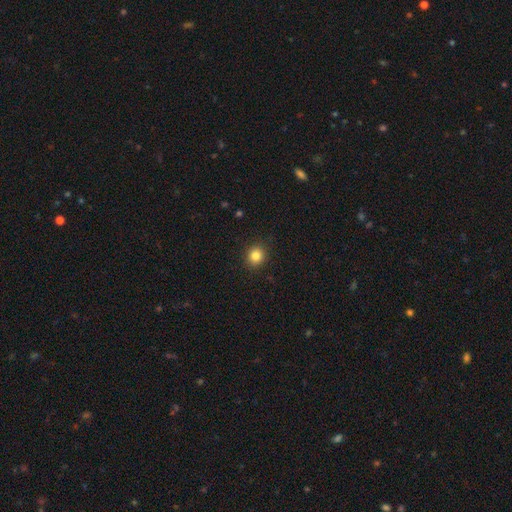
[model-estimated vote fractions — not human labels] A smooth galaxy with no disk features (84%) that is round (80%).

Vote fractions:
- Smooth or featured? smooth: 84% / star or artifact: 11% / featured or disk: 5%
- How rounded? round: 80% / in between: 20% / cigar-shaped: 1%
- Merging? none: 90% / minor disturbance: 7% / major disturbance: 2% / merger: 1%